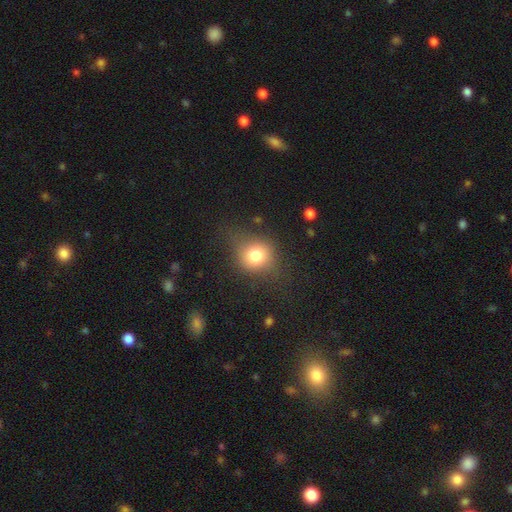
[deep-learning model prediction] Overall: smooth (76%). How rounded: round (76%). Merging: none (68%).